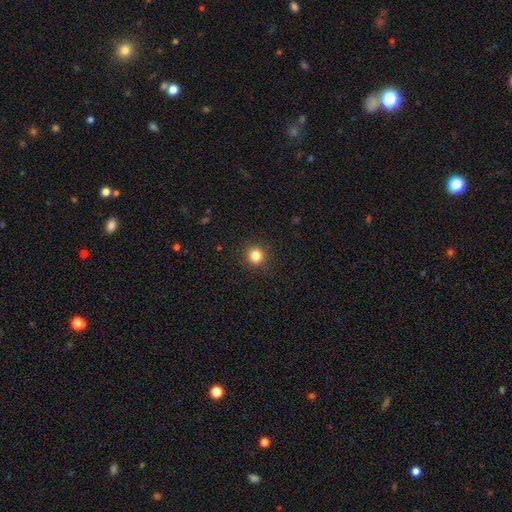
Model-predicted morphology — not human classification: Smooth or featured? smooth (83%)
How rounded? round (94%)
Merging? none (92%)